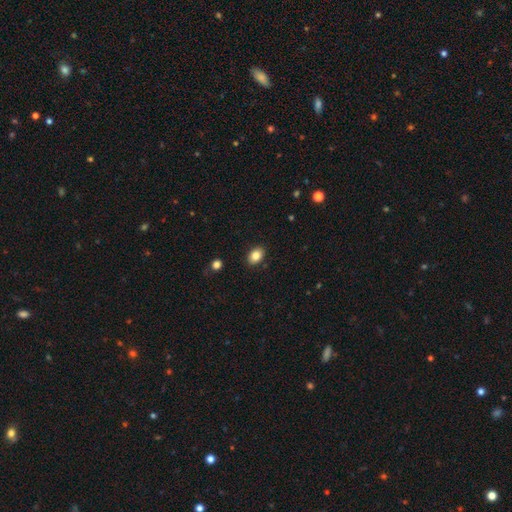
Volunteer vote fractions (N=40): A smooth galaxy with no disk features (82%) that is in between round and cigar-shaped (85%).

Vote fractions:
- Smooth or featured? smooth: 82% / featured or disk: 12% / star or artifact: 5%
- How rounded? in between: 85% / round: 15% / cigar-shaped: 0%
- Merging? none: 92% / minor disturbance: 5% / merger: 3% / major disturbance: 0%